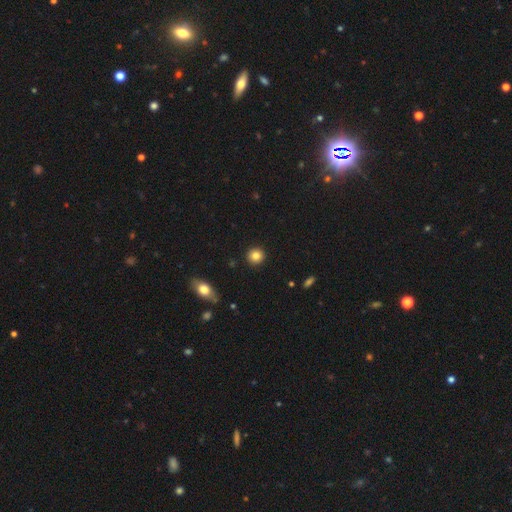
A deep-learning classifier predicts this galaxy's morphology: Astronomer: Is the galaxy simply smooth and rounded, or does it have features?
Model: smooth — 84%.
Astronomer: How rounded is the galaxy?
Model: round — 93%.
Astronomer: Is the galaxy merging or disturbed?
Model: none — 92%.